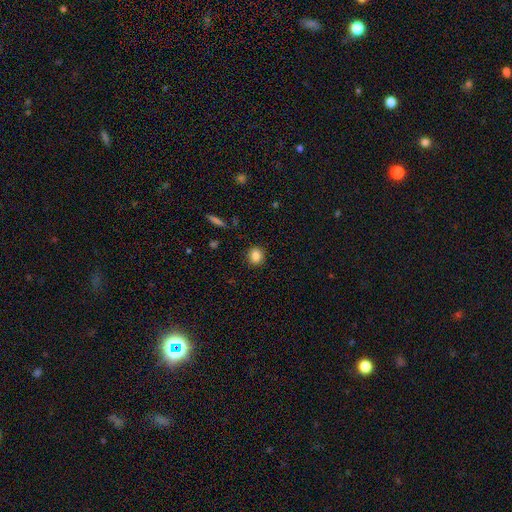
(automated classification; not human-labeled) The model was most divided on "how rounded": round: 80%, in between: 19%, cigar-shaped: 1%. More confident: merging — none (89%); smooth or featured — smooth (85%).